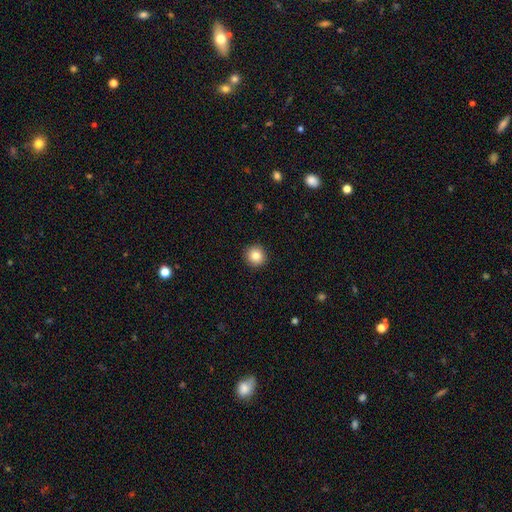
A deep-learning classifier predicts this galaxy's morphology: smooth 83%, star or artifact 10%, featured or disk 7%. Down the decision tree: how rounded — round (94%); merging — none (92%).